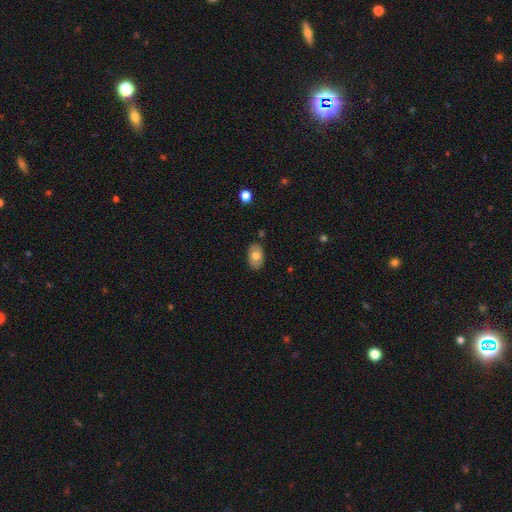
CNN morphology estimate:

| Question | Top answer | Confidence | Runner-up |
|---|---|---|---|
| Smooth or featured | smooth | 69% | featured or disk (24%) |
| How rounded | in between | 90% | round (9%) |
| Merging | none | 84% | minor disturbance (12%) |